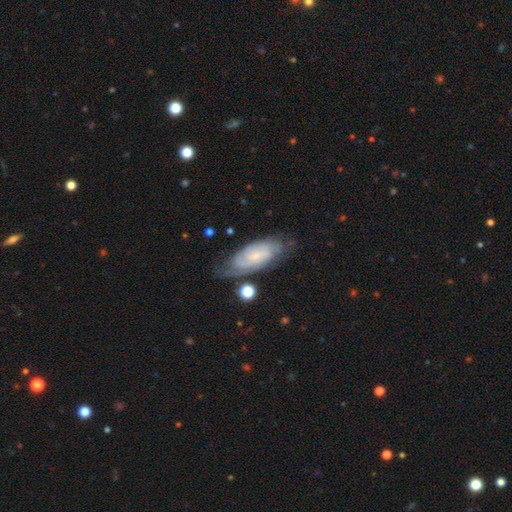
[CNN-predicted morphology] Smooth or featured? Predicted: featured or disk (p=0.73). Edge-on disk? Predicted: no (p=0.92). Bar? Predicted: no (p=0.62). Spiral arms? Predicted: yes (p=0.93). Spiral winding? Predicted: tight (p=0.61). Spiral arm count? Predicted: 2 (p=0.41). Bulge size? Predicted: small (p=0.73). Merging? Predicted: none (p=0.64).